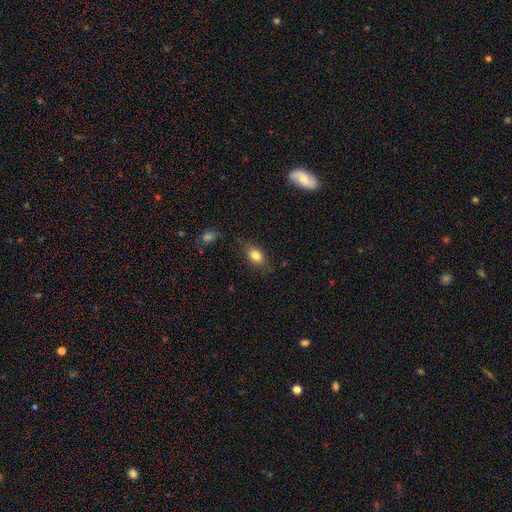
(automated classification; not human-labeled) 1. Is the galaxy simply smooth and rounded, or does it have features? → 80% smooth, 11% featured or disk, 9% star or artifact.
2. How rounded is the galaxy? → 79% in between, 16% round, 5% cigar-shaped.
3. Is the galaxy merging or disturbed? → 74% none, 18% minor disturbance, 5% major disturbance, 3% merger.